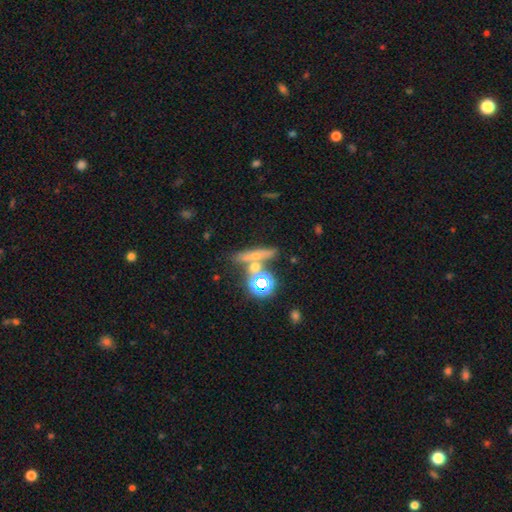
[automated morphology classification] Smooth or featured? Predicted: featured or disk (p=0.38). Merging? Predicted: none (p=0.62).